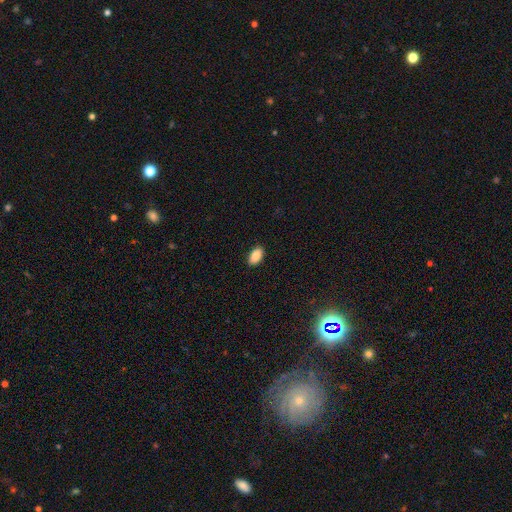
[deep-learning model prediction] Smooth or featured: smooth — 88% (star or artifact — 7%)
How rounded: in between — 93% (round — 5%)
Merging: none — 89% (minor disturbance — 8%)